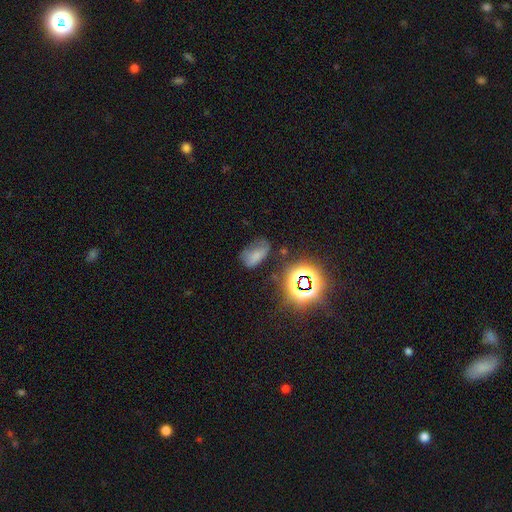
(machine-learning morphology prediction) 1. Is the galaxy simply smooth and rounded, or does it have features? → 57% smooth, 25% star or artifact, 17% featured or disk.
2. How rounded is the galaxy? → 88% in between, 8% round, 4% cigar-shaped.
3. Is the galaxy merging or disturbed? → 40% none, 31% minor disturbance, 23% major disturbance, 6% merger.